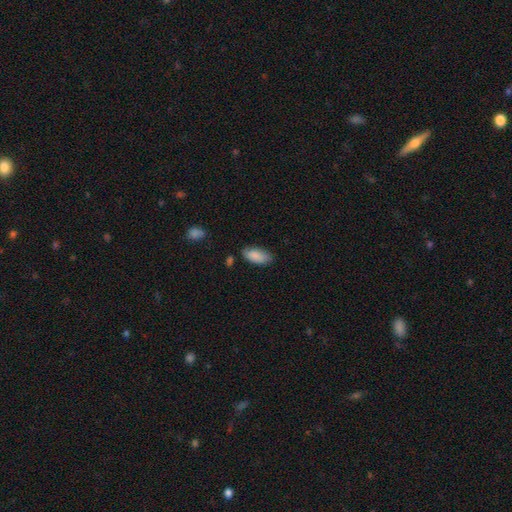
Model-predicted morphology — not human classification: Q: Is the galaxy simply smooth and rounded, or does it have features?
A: smooth — 87%.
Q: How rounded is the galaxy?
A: in between — 90%.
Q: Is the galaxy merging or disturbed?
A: none — 75%.